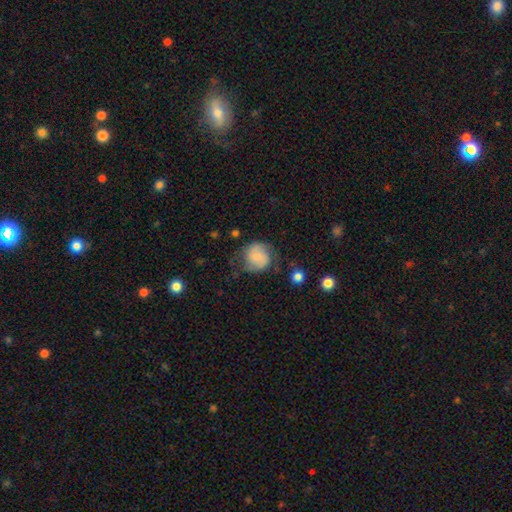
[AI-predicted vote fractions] Smooth or featured: smooth — 50% (featured or disk — 42%)
Merging: none — 62% (minor disturbance — 24%)